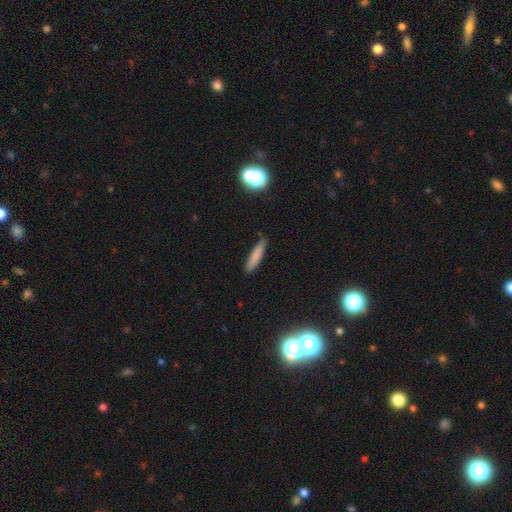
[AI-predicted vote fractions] The model was most divided on "how rounded": cigar-shaped: 81%, in between: 17%, round: 1%. More confident: merging — none (84%); smooth or featured — smooth (81%).